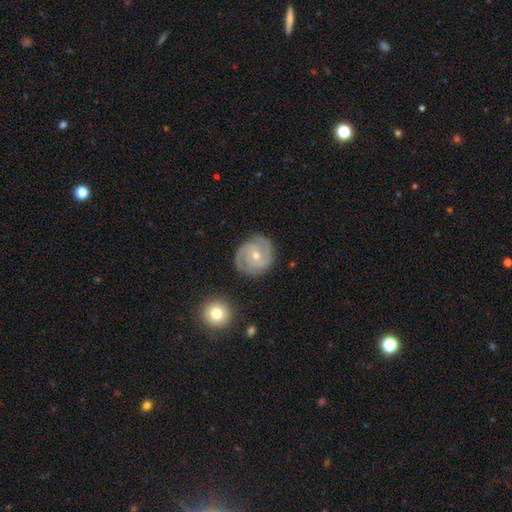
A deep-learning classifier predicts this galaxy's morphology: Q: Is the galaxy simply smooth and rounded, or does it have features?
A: featured or disk — 85%.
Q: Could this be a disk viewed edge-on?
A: no — 98%.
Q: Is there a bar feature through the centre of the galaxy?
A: no — 65%.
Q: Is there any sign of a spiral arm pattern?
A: yes — 96%.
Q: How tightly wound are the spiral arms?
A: tight — 62%.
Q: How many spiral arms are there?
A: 2 — 56%.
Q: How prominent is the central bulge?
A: moderate — 53%.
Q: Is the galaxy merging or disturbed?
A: none — 81%.